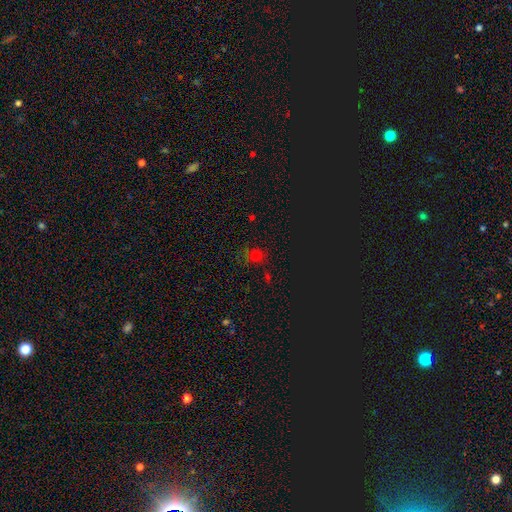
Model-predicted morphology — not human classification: This appears to be a smooth galaxy with no disk features (56%) that is round (73%). Merging: none (70%).